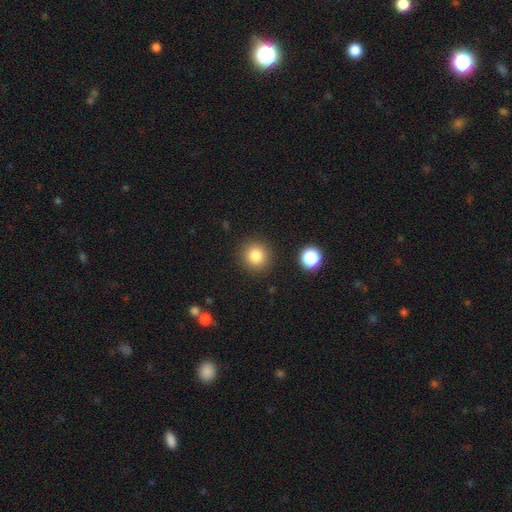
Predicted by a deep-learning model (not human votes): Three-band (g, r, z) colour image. It shows a smooth galaxy with no disk features (83%) that is round (91%). Merging: none (89%).